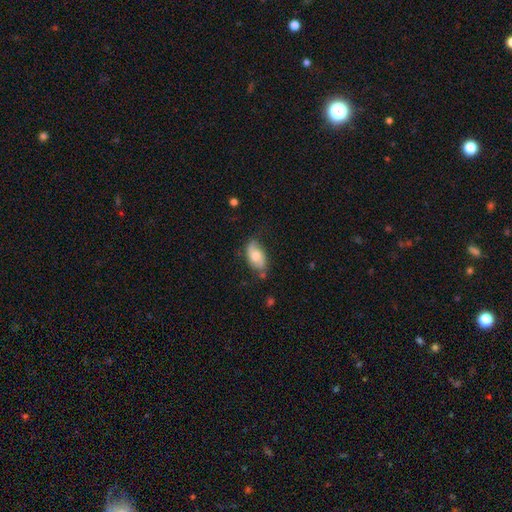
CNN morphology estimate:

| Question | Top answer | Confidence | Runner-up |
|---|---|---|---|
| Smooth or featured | smooth | 63% | featured or disk (31%) |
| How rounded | in between | 92% | round (5%) |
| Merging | none | 66% | minor disturbance (25%) |